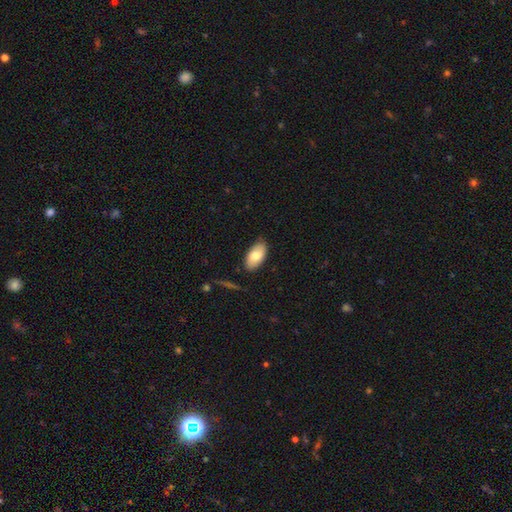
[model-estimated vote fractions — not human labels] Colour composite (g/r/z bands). It shows a smooth galaxy with no disk features (77%) that is in between round and cigar-shaped (94%). Merging: none (83%).